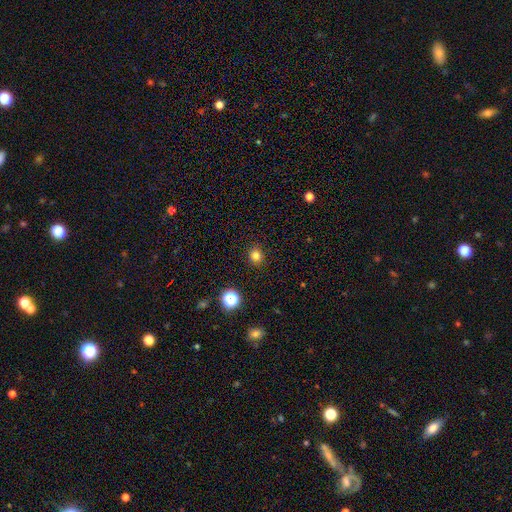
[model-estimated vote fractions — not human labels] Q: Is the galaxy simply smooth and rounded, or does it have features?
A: smooth — 80%.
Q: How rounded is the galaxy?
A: round — 81%.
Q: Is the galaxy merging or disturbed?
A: none — 90%.